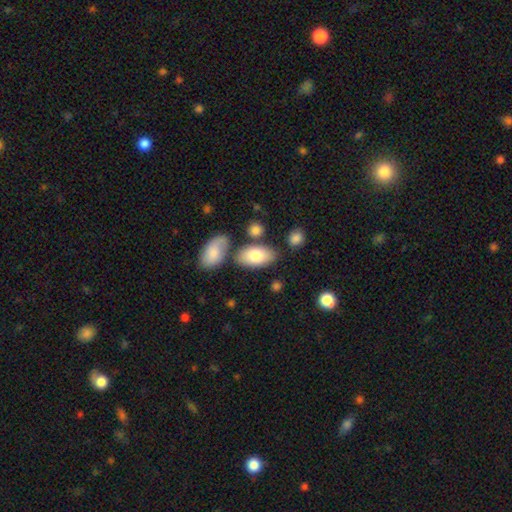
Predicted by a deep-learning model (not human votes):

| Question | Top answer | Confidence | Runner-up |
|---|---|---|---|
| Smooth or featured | smooth | 78% | featured or disk (16%) |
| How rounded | in between | 94% | round (4%) |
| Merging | none | 70% | minor disturbance (14%) |